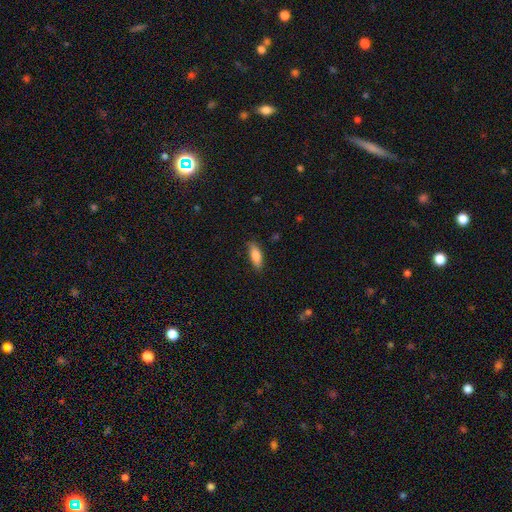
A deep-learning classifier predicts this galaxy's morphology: The model was most divided on "how rounded": in between: 67%, cigar-shaped: 31%, round: 2%. More confident: merging — none (83%); smooth or featured — smooth (80%).